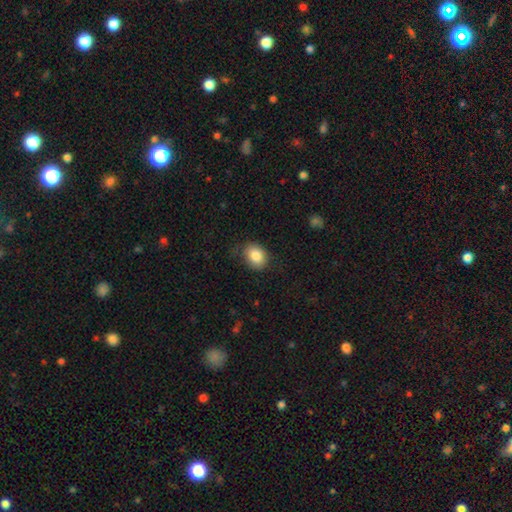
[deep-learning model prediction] This is clearly a smooth galaxy (85%). How rounded: likely in between (64%). Merging: likely none (77%).